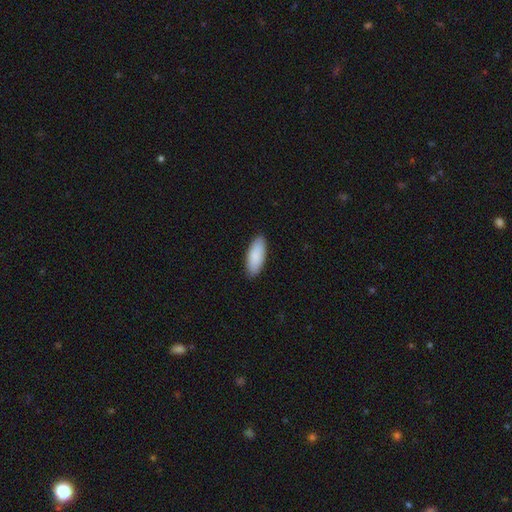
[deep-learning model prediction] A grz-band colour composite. It shows a smooth galaxy with no disk features (89%) that is in between round and cigar-shaped (80%). Merging: none (89%).